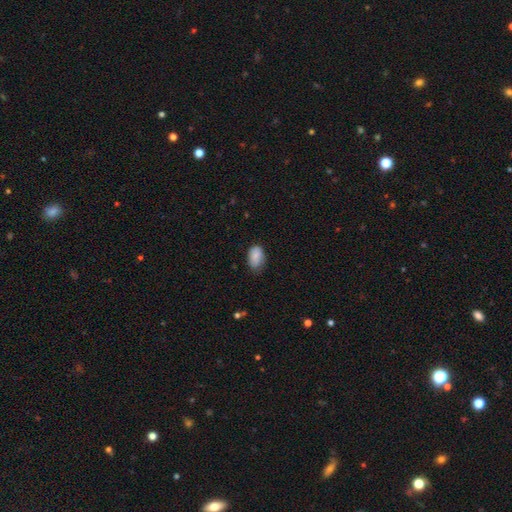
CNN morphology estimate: A smooth galaxy with no disk features (87%) that is in between round and cigar-shaped (91%).

Vote fractions:
- Smooth or featured? smooth: 87% / star or artifact: 7% / featured or disk: 6%
- How rounded? in between: 91% / round: 8% / cigar-shaped: 1%
- Merging? none: 65% / minor disturbance: 29% / major disturbance: 5% / merger: 1%